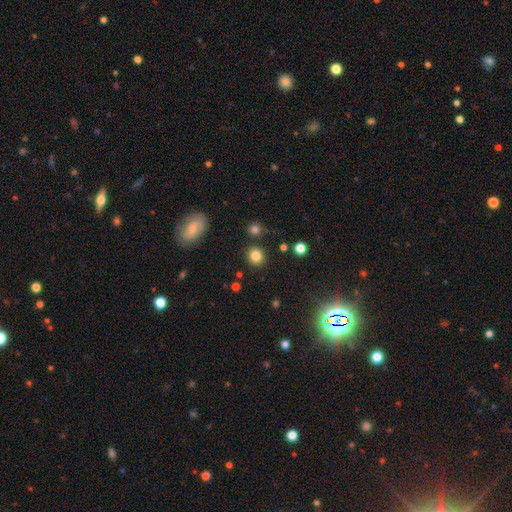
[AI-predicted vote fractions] A smooth galaxy with no disk features (82%) that is round (88%). Merging: none (86%).